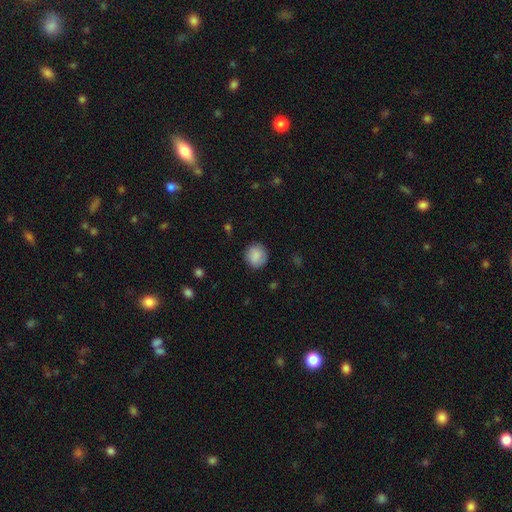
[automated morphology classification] Overall: smooth (87%). How rounded: round (88%). Merging: none (85%).